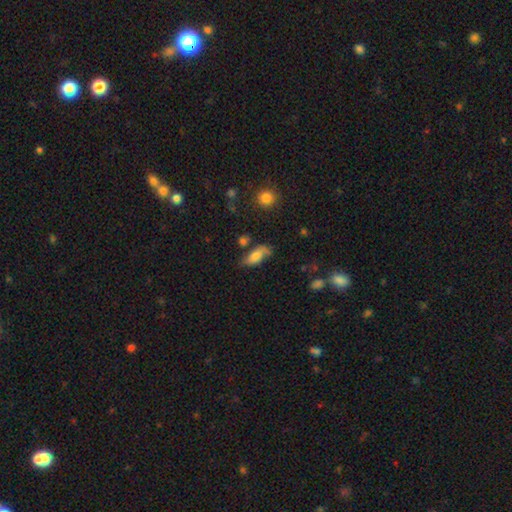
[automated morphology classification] Overall: smooth (61%; featured or disk 31%). How rounded: in between (79%). Merging: none (52%; minor disturbance 29%).